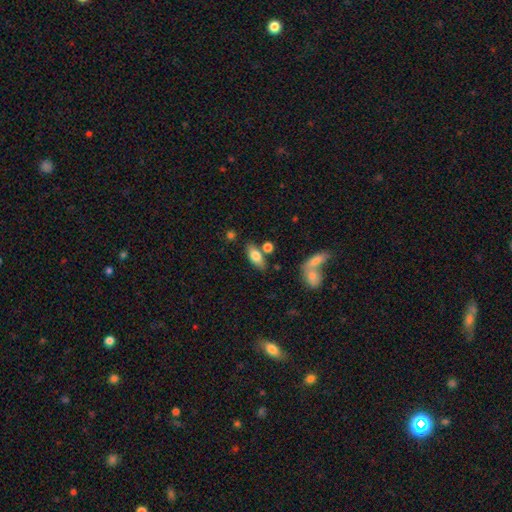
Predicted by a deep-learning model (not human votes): This is likely a smooth galaxy (76%). How rounded: clearly in between (82%). Merging: likely none (68%).